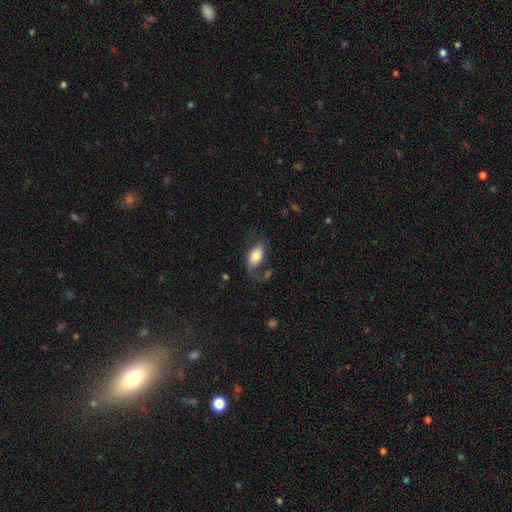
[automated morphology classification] Smooth or featured? smooth (70%)
How rounded? in between (92%)
Merging? none (48%)